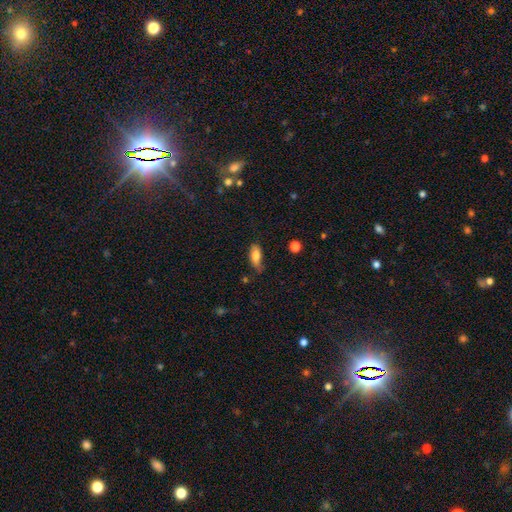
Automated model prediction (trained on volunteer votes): This appears to be a smooth galaxy with no disk features (79%) that is in between round and cigar-shaped (79%). Merging: none (60%).